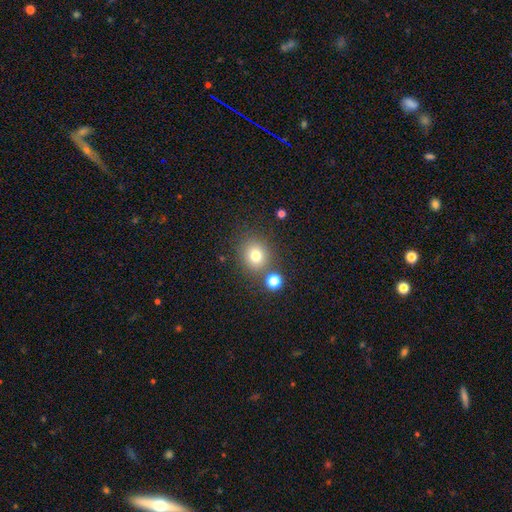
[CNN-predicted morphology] Smooth or featured? Predicted: smooth (p=0.77). How rounded? Predicted: round (p=0.84). Merging? Predicted: none (p=0.76).